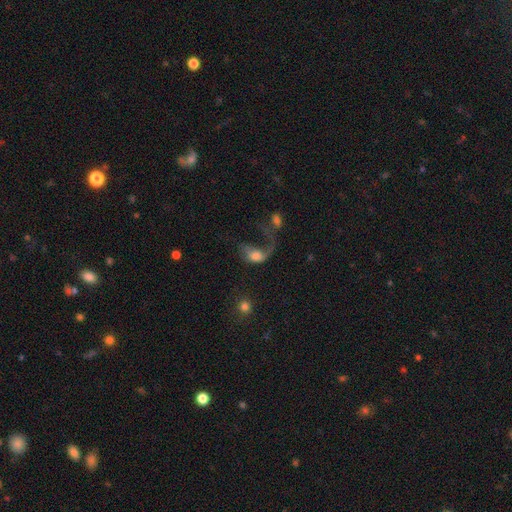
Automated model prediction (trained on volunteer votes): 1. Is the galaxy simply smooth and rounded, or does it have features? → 47% smooth, 43% featured or disk, 10% star or artifact.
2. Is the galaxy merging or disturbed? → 60% major disturbance, 15% none, 14% merger, 10% minor disturbance.